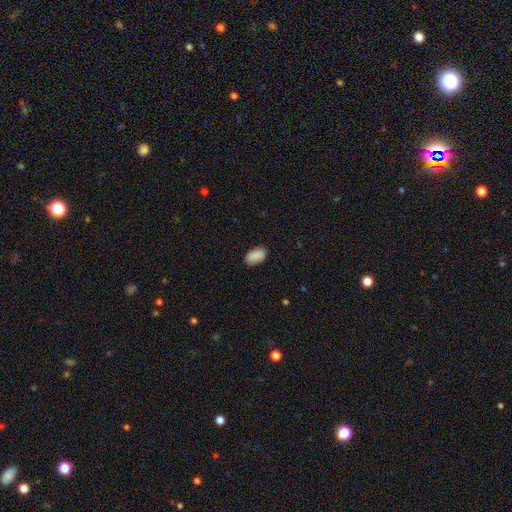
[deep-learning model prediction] smooth_or_featured: smooth (p=0.89) [alt: star or artifact p=0.07]
how_rounded: in between (p=0.93) [alt: round p=0.06]
merging: none (p=0.85) [alt: minor disturbance p=0.11]